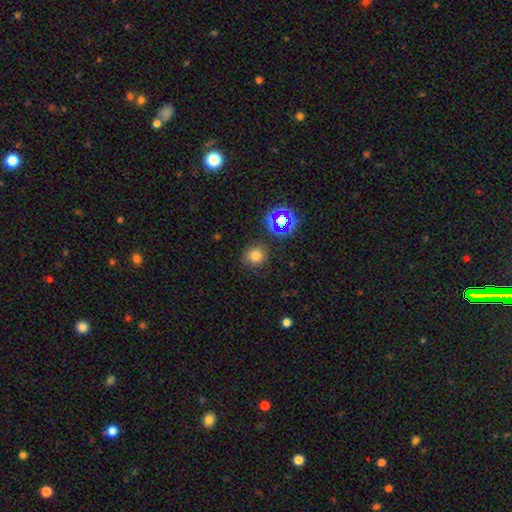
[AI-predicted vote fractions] Smooth or featured? smooth (72%)
How rounded? round (88%)
Merging? none (83%)